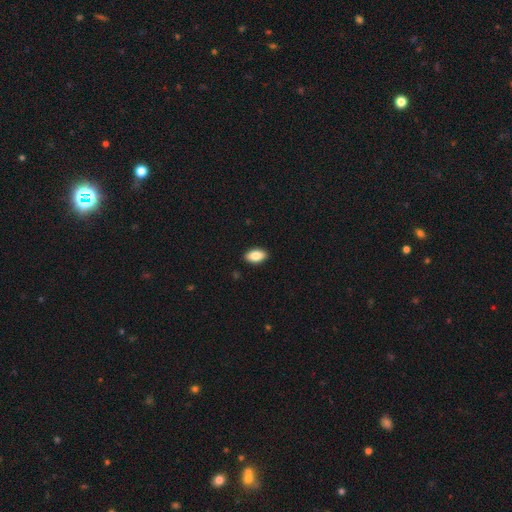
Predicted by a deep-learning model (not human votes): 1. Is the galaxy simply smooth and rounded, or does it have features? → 85% smooth, 9% featured or disk, 7% star or artifact.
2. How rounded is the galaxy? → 93% in between, 4% round, 3% cigar-shaped.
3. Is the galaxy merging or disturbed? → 91% none, 7% minor disturbance, 2% major disturbance, 1% merger.